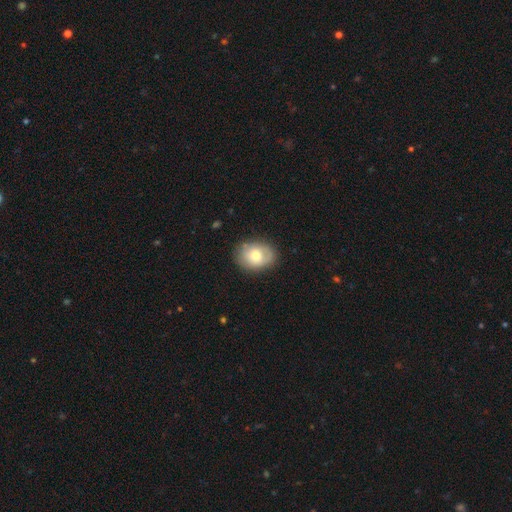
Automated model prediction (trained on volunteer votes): smooth-or-featured: smooth: 64% | featured or disk: 28% | star or artifact: 8%
  how-rounded: in between: 62% | round: 37% | cigar-shaped: 1%
  merging: none: 77% | minor disturbance: 17% | major disturbance: 4% | merger: 1%